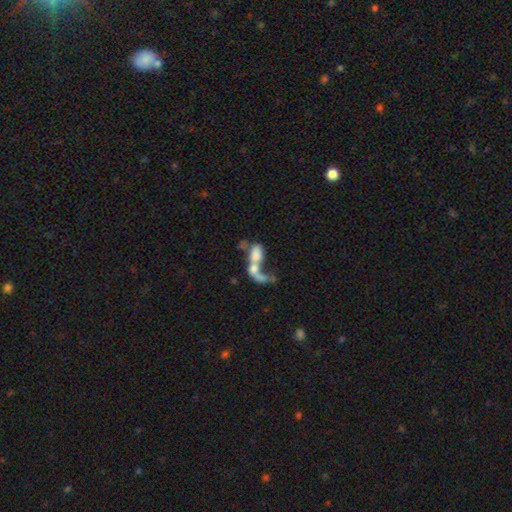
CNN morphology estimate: smooth-or-featured: smooth: 51% | featured or disk: 38% | star or artifact: 10%
  how-rounded: in between: 79% | round: 12% | cigar-shaped: 9%
  merging: merger: 67% | major disturbance: 19% | none: 9% | minor disturbance: 5%